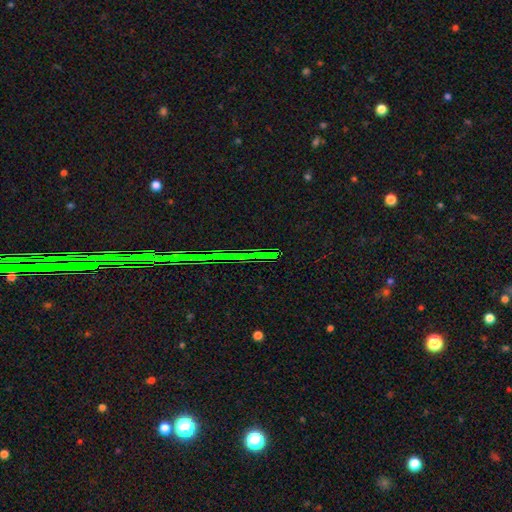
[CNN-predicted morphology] Smooth or featured: star or artifact — 80% (featured or disk — 10%)